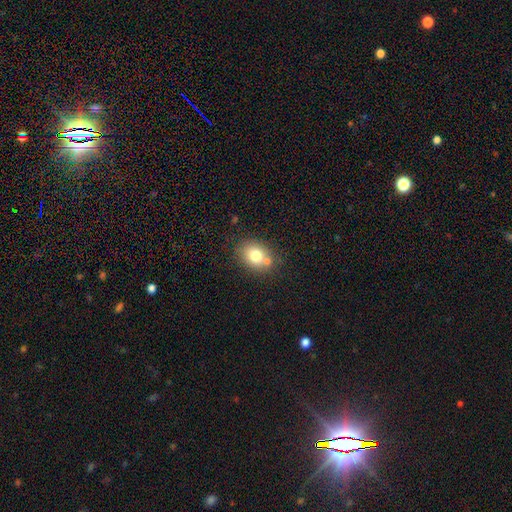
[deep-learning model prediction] Q: Smooth or featured?
A: smooth (76%); runner-up: featured or disk (14%)
Q: How rounded?
A: in between (55%); runner-up: round (44%)
Q: Merging?
A: none (65%); runner-up: merger (18%)